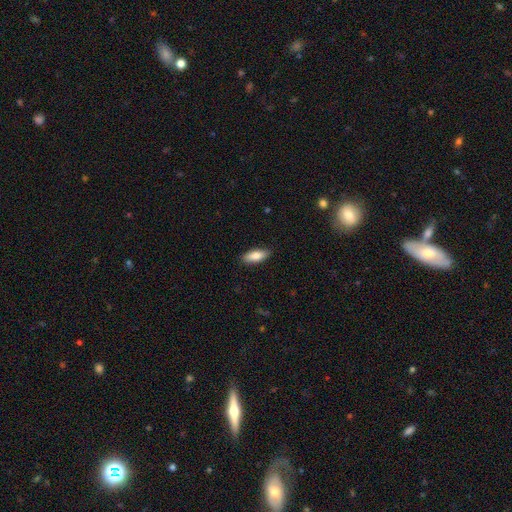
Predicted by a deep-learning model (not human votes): smooth 84%, featured or disk 10%, star or artifact 6%. Down the decision tree: how rounded — in between (76%); merging — none (88%).